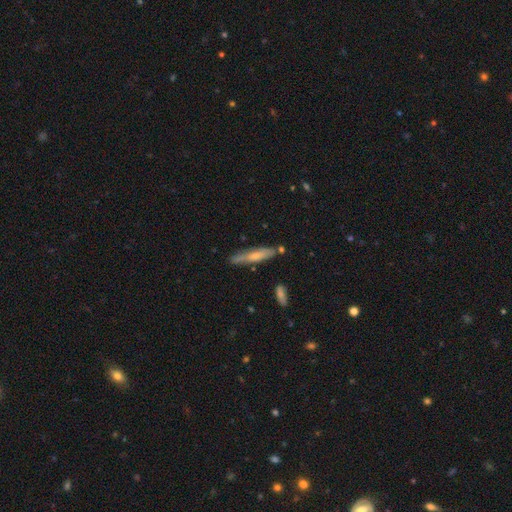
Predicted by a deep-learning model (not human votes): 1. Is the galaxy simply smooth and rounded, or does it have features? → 54% smooth, 40% featured or disk, 6% star or artifact.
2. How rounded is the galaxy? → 85% cigar-shaped, 13% in between, 2% round.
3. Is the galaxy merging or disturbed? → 73% none, 18% minor disturbance, 6% merger, 3% major disturbance.